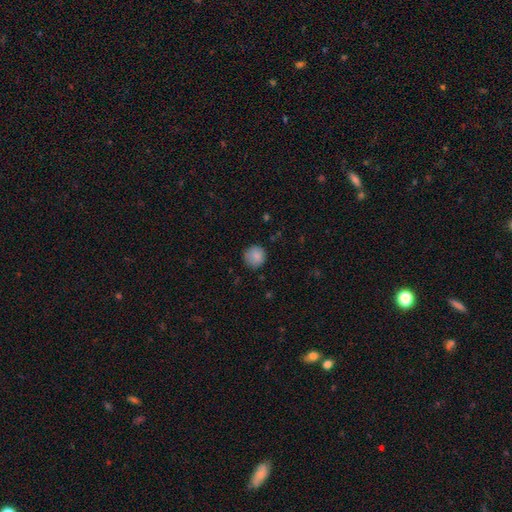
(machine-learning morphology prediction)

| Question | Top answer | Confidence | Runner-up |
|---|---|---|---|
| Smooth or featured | smooth | 87% | star or artifact (9%) |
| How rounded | round | 92% | in between (7%) |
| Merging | none | 82% | minor disturbance (14%) |